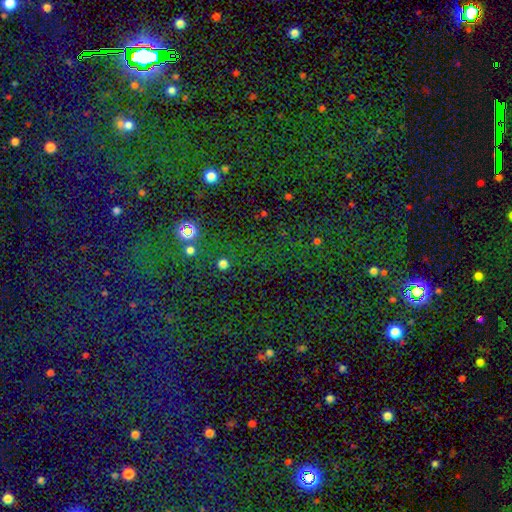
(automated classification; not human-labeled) Overall: star or artifact (77%).